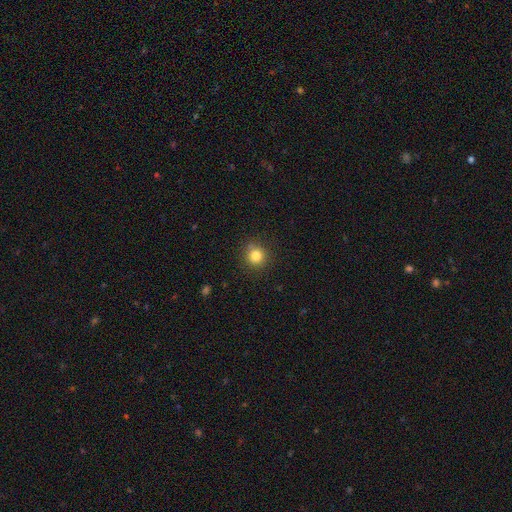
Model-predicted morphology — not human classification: Smooth or featured? smooth (82%)
How rounded? round (92%)
Merging? none (86%)